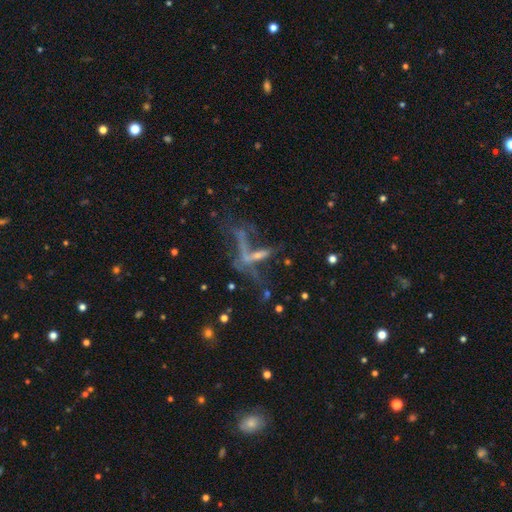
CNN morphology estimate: smooth_or_featured: featured or disk (p=0.53) [alt: star or artifact p=0.26]
disk_edge_on: no (p=0.64) [alt: yes p=0.36]
merging: major disturbance (p=0.36) [alt: none p=0.27]